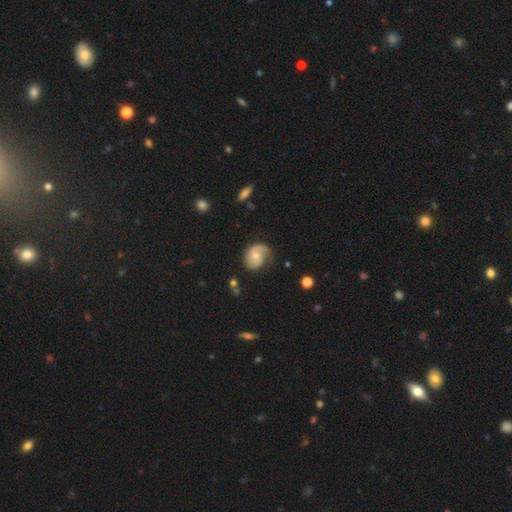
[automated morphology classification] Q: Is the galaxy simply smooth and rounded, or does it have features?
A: featured or disk — 65%.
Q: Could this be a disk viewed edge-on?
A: no — 97%.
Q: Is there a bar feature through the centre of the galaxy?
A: no — 68%.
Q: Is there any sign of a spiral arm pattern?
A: yes — 91%.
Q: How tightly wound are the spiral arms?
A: medium — 40%.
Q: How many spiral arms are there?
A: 2 — 51%.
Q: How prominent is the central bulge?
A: small — 55%.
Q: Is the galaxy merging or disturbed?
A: none — 59%.